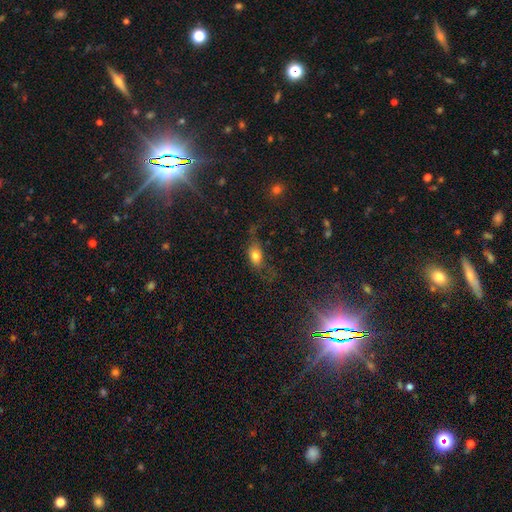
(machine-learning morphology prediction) A smooth galaxy with no disk features (76%) that is in between round and cigar-shaped (76%).

Vote fractions:
- Smooth or featured? smooth: 76% / featured or disk: 13% / star or artifact: 12%
- How rounded? in between: 76% / round: 18% / cigar-shaped: 6%
- Merging? none: 48% / minor disturbance: 26% / major disturbance: 22% / merger: 4%